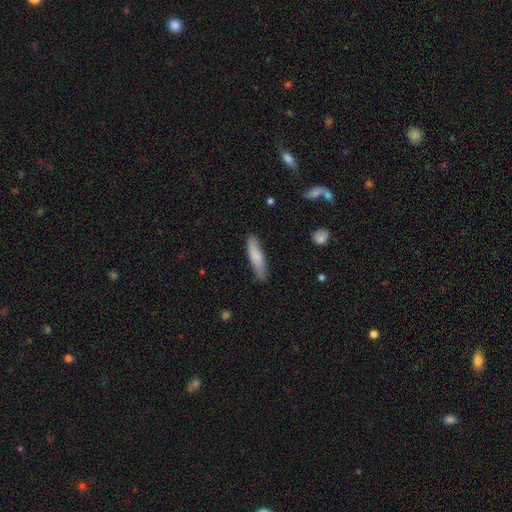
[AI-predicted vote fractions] Q: Smooth or featured?
A: smooth (77%); runner-up: featured or disk (17%)
Q: How rounded?
A: cigar-shaped (77%); runner-up: in between (21%)
Q: Merging?
A: none (82%); runner-up: minor disturbance (14%)